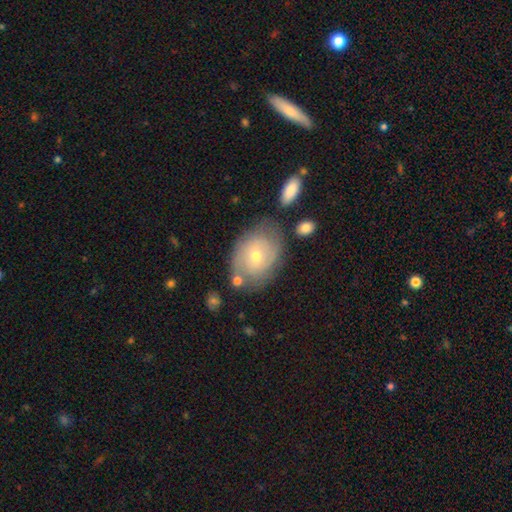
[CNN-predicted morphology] A featured or disk galaxy (53%).

Vote fractions:
- Smooth or featured? featured or disk: 53% / smooth: 39% / star or artifact: 8%
- Edge-on disk? no: 94% / yes: 6%
- Merging? none: 67% / minor disturbance: 20% / merger: 7% / major disturbance: 6%